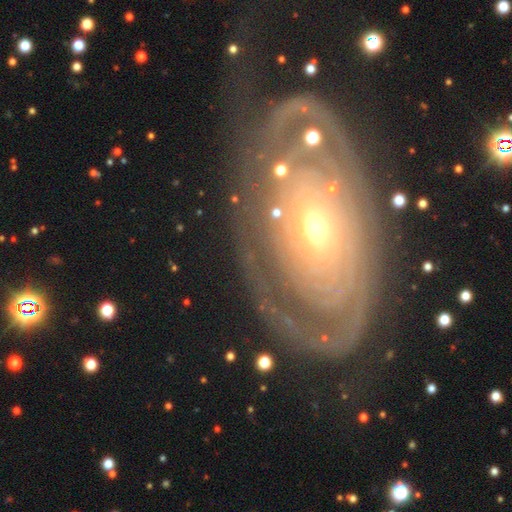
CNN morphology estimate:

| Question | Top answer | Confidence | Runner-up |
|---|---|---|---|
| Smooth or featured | featured or disk | 81% | smooth (12%) |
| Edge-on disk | no | 94% | yes (6%) |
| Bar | no | 76% | weak (17%) |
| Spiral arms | yes | 82% | no (18%) |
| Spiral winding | tight | 69% | medium (22%) |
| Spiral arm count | can't tell | 41% | 2 (30%) |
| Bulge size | small | 57% | moderate (36%) |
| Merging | none | 66% | minor disturbance (16%) |